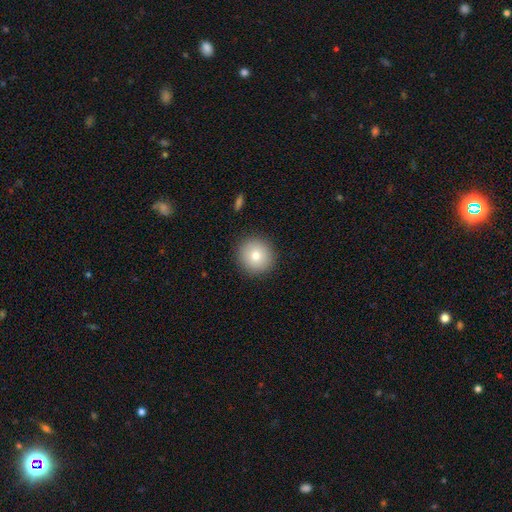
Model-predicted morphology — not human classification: smooth 78%, featured or disk 12%, star or artifact 10%. Down the decision tree: how rounded — round (92%); merging — none (91%).